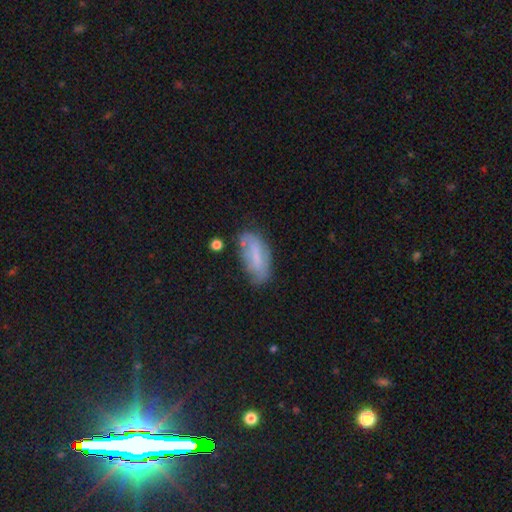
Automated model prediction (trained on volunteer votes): This is possibly a smooth galaxy (58%). How rounded: clearly in between (82%). Merging: possibly none (57%).